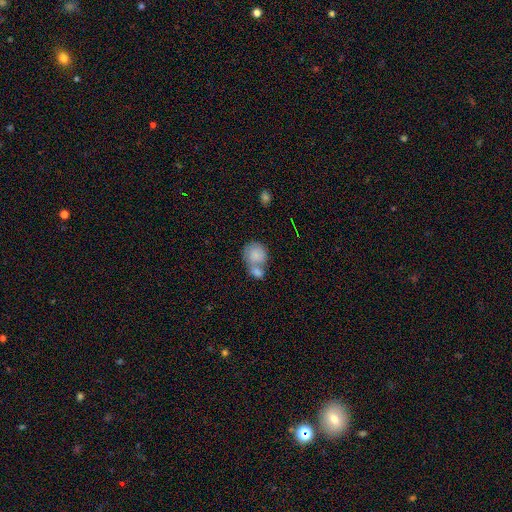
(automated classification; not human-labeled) Q: Smooth or featured?
A: smooth (80%); runner-up: featured or disk (13%)
Q: How rounded?
A: round (73%); runner-up: in between (26%)
Q: Merging?
A: merger (61%); runner-up: none (25%)